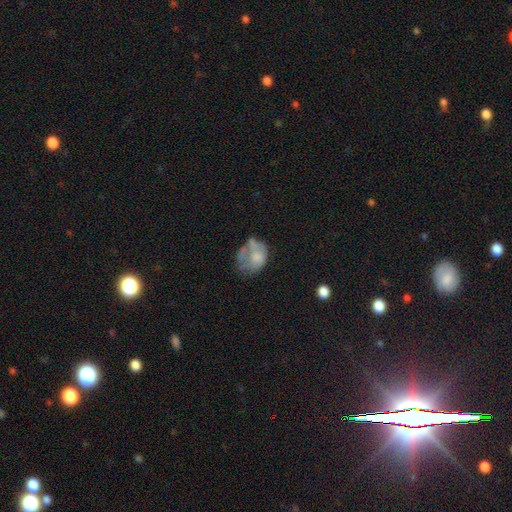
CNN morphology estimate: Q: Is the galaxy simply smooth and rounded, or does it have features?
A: smooth — 53%.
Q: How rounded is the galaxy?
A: in between — 52%.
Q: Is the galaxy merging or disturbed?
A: none — 32%, tied with major disturbance.